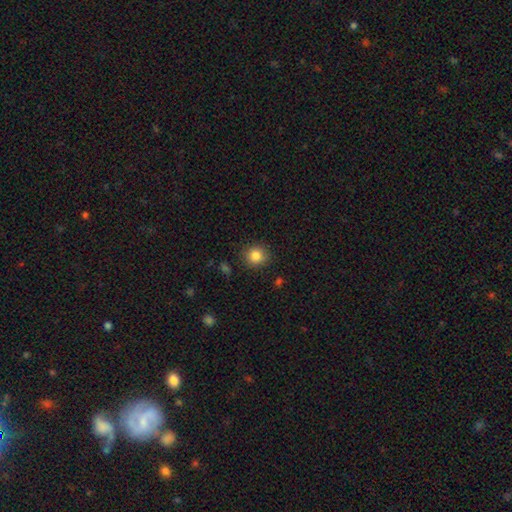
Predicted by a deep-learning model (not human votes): This is clearly a smooth galaxy (84%). How rounded: clearly round (89%). Merging: clearly none (89%).